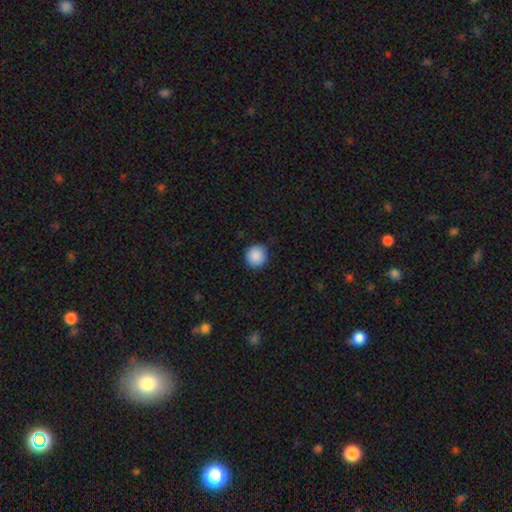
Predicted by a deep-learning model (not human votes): Smooth or featured: smooth — 89% (star or artifact — 8%)
How rounded: round — 94% (in between — 5%)
Merging: none — 88% (minor disturbance — 9%)